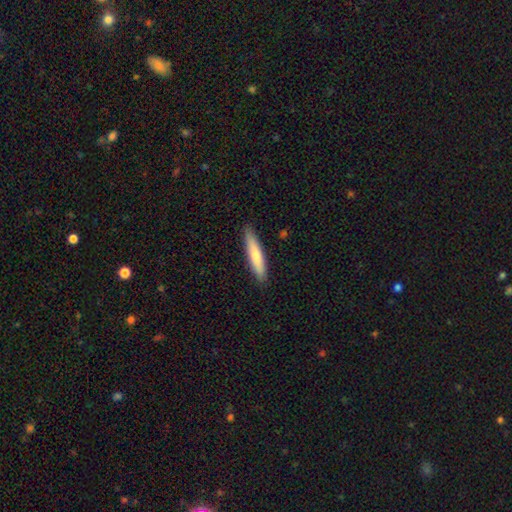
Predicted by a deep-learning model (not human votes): Smooth or featured? Predicted: smooth (p=0.75). How rounded? Predicted: cigar-shaped (p=0.88). Merging? Predicted: none (p=0.88).